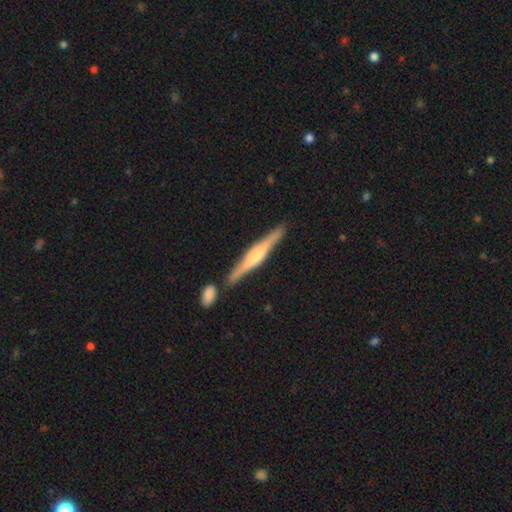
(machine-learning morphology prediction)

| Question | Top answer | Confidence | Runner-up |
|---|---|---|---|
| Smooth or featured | featured or disk | 68% | smooth (26%) |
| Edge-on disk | yes | 97% | no (3%) |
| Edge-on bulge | rounded | 58% | boxy (28%) |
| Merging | none | 81% | minor disturbance (10%) |